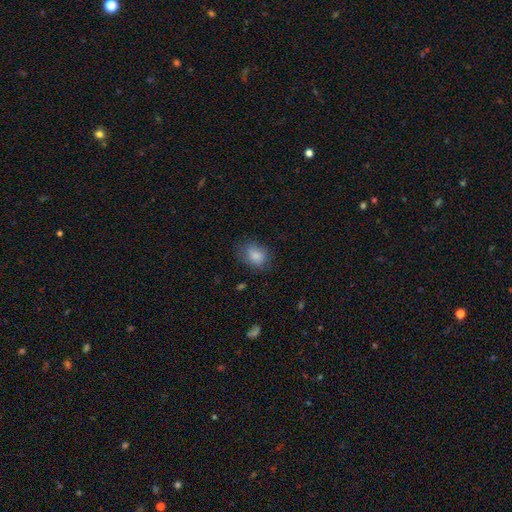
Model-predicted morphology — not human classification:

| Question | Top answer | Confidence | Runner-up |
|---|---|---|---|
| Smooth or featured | smooth | 83% | star or artifact (8%) |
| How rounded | in between | 64% | round (35%) |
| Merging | none | 67% | minor disturbance (23%) |